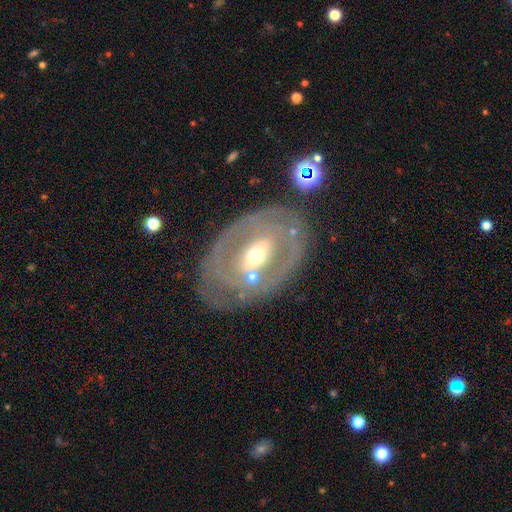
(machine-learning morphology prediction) featured or disk 73%, smooth 21%, star or artifact 6%. Down the decision tree: edge-on disk — no (92%); bar — weak (34%, tied with no); spiral arms — no (64%); bulge size — moderate (62%); merging — none (72%).